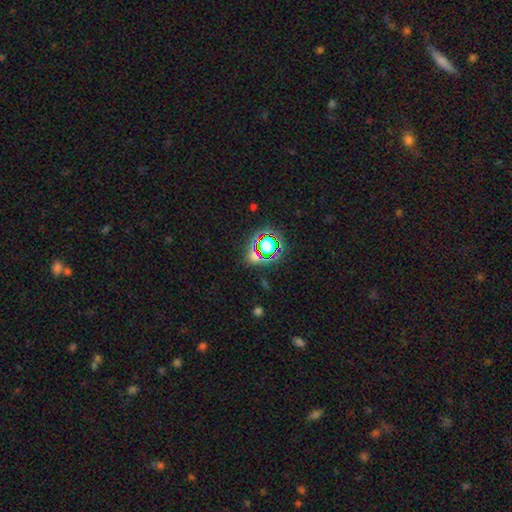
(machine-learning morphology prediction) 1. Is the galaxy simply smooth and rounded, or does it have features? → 66% star or artifact, 23% smooth, 11% featured or disk.